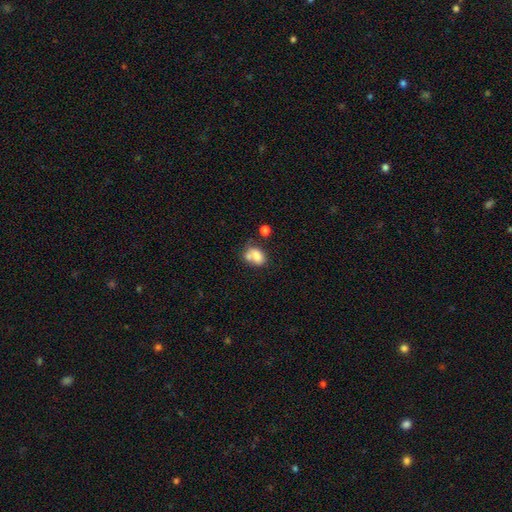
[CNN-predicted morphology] A smooth galaxy with no disk features (75%) that is in between round and cigar-shaped (74%).

Vote fractions:
- Smooth or featured? smooth: 75% / featured or disk: 15% / star or artifact: 10%
- How rounded? in between: 74% / round: 24% / cigar-shaped: 1%
- Merging? merger: 44% / none: 31% / minor disturbance: 16% / major disturbance: 9%